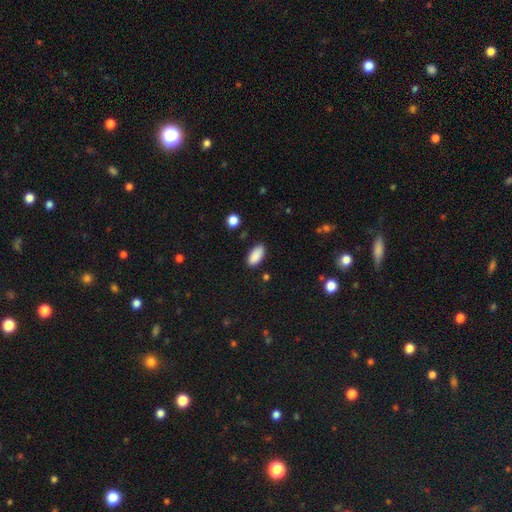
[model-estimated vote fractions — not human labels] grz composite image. It shows a smooth galaxy with no disk features (89%) that is in between round and cigar-shaped (91%). Merging: none (85%).